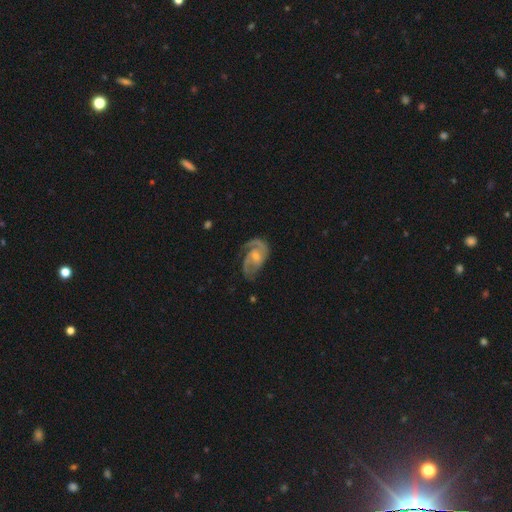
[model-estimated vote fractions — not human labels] A featured or disk galaxy (85%) with no bar (47%), 2 (72%) medium (49%) spiral arms (95%) and a small central bulge (46%). Merging: none (56%).